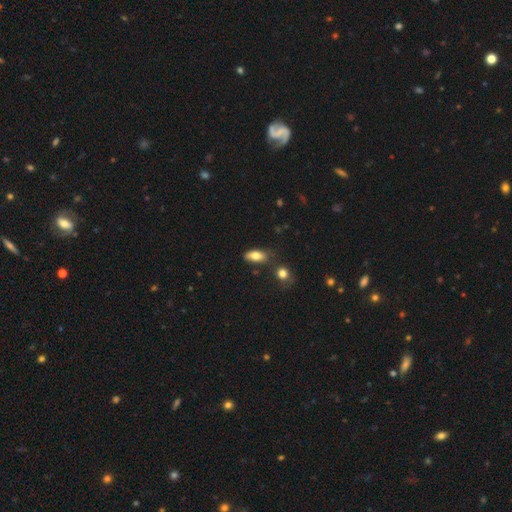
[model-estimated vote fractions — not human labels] Smooth or featured? smooth (79%)
How rounded? in between (84%)
Merging? none (69%)